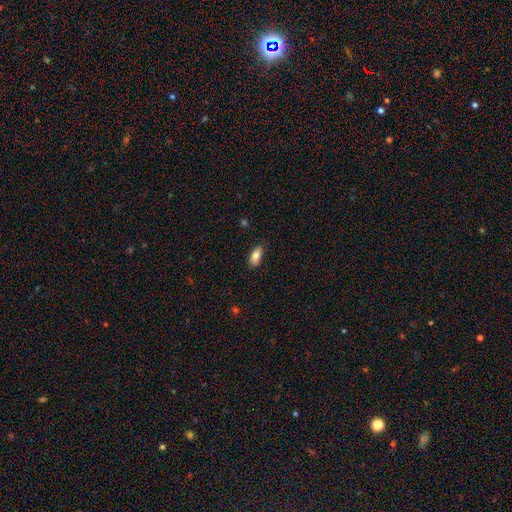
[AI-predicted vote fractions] This appears to be a smooth galaxy with no disk features (82%) that is in between round and cigar-shaped (89%). Merging: none (86%).